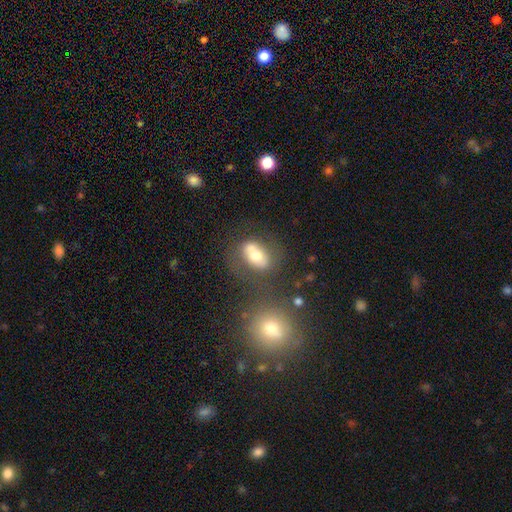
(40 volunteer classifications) Smooth or featured? 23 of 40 (57%) said smooth. How rounded? 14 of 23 (61%) said round. Merging? 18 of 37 (49%) said merger.